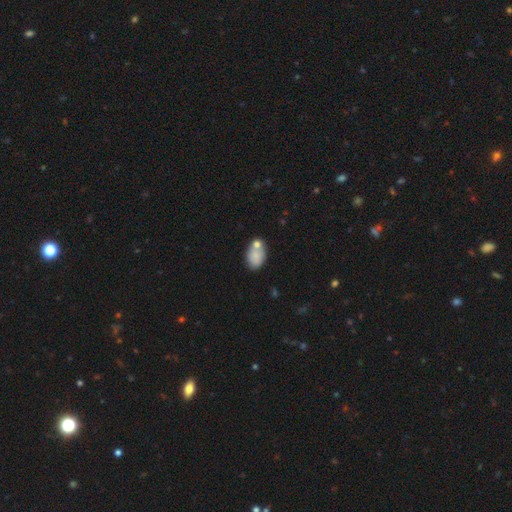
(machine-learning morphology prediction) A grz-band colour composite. It shows a smooth galaxy with no disk features (78%) that is in between round and cigar-shaped (87%). Merging: none (53%).